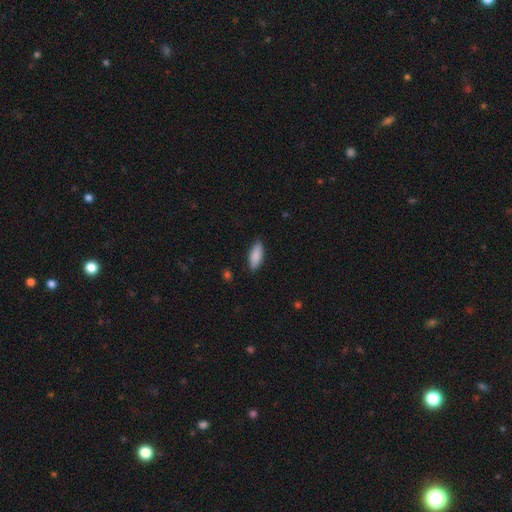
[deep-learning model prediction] This is clearly a smooth galaxy (88%). How rounded: likely in between (73%). Merging: clearly none (86%).